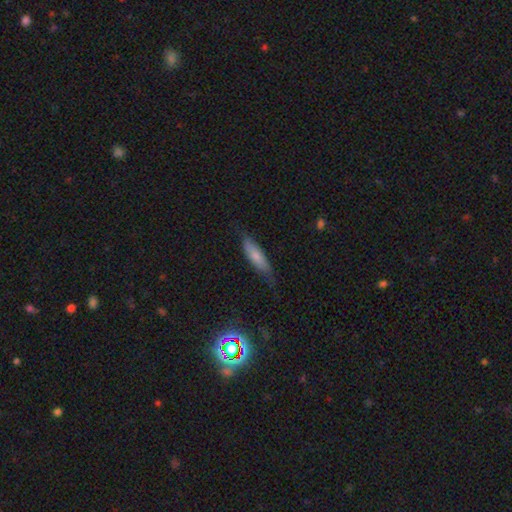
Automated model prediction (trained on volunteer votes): Q: Smooth or featured?
A: smooth (68%); runner-up: featured or disk (24%)
Q: How rounded?
A: cigar-shaped (59%); runner-up: in between (39%)
Q: Merging?
A: none (66%); runner-up: minor disturbance (26%)